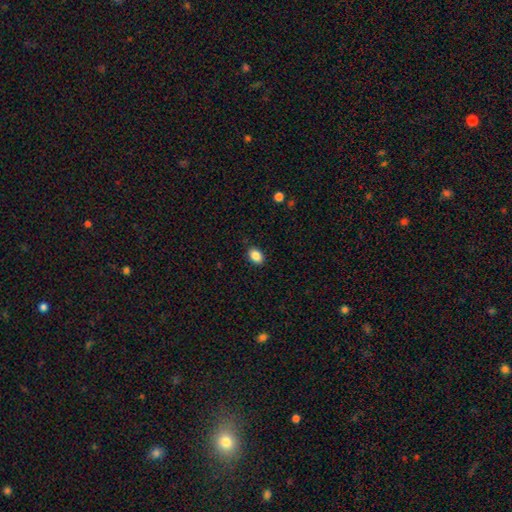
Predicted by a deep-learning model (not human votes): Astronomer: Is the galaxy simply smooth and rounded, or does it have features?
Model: smooth — 87%.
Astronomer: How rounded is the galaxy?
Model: in between — 82%.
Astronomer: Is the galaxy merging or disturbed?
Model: none — 88%.